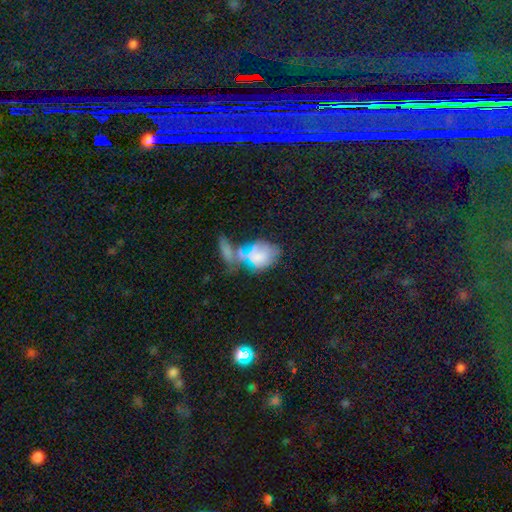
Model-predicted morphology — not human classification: smooth-or-featured: smooth: 61% | featured or disk: 22% | star or artifact: 17%
  how-rounded: in between: 76% | round: 20% | cigar-shaped: 4%
  merging: merger: 39% | none: 29% | minor disturbance: 16% | major disturbance: 15%